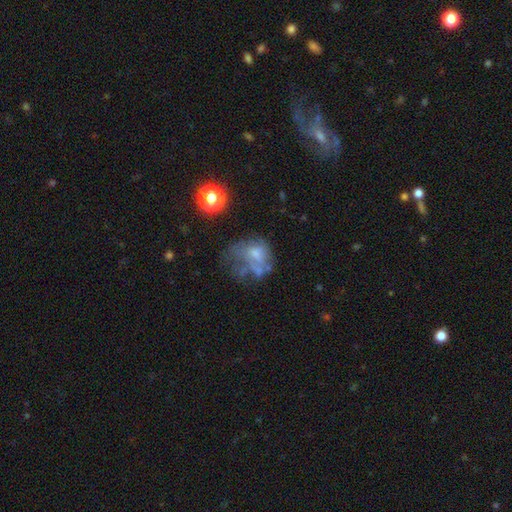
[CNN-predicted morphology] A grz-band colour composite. It shows a featured or disk galaxy (44%). Merging: major disturbance (38%).